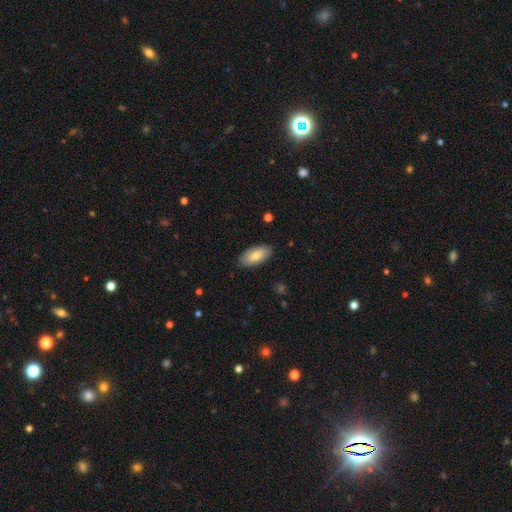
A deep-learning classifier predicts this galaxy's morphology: Overall: smooth (77%). How rounded: in between (91%). Merging: none (86%).